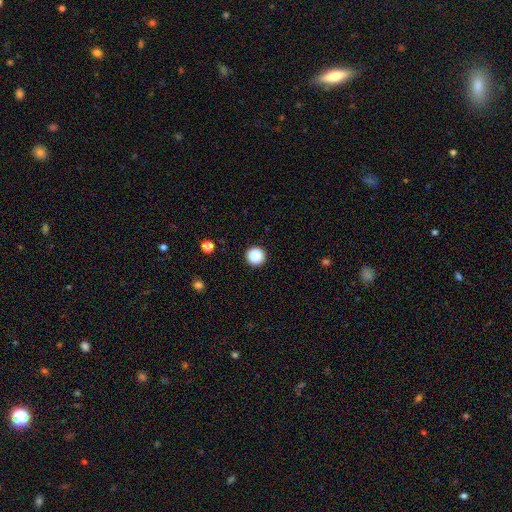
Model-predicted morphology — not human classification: Q: Smooth or featured?
A: smooth (88%); runner-up: star or artifact (9%)
Q: How rounded?
A: round (96%); runner-up: in between (3%)
Q: Merging?
A: none (92%); runner-up: minor disturbance (5%)